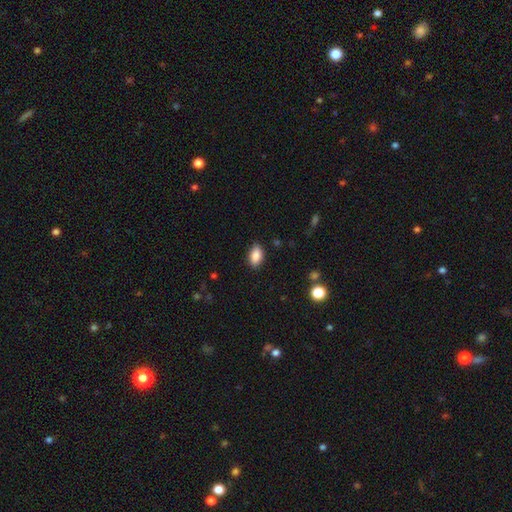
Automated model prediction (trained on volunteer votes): Overall: smooth (87%). How rounded: in between (91%). Merging: none (85%).